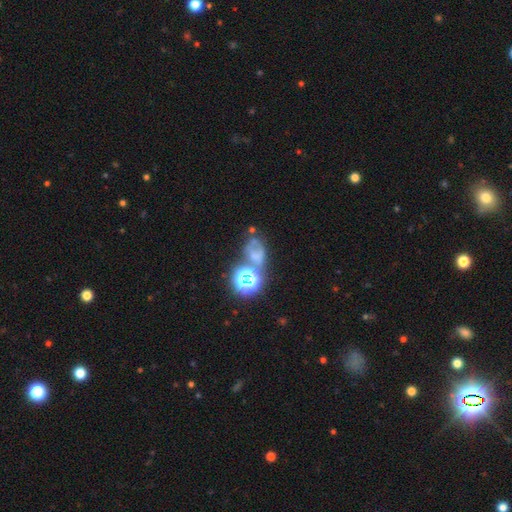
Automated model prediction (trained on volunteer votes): Smooth or featured? smooth (38%)
Merging? none (34%)